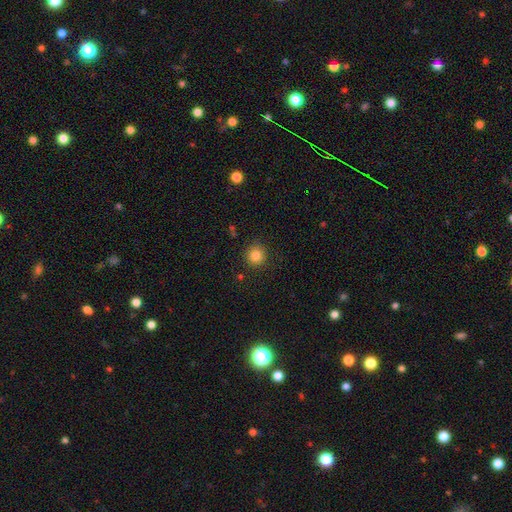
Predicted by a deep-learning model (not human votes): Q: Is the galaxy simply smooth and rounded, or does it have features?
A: smooth — 83%.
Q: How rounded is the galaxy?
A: round — 93%.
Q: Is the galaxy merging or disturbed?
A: none — 88%.